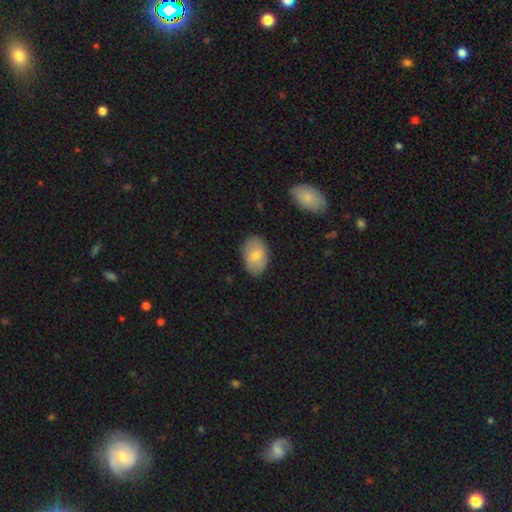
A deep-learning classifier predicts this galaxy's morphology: This is likely a smooth galaxy (75%). How rounded: clearly in between (87%). Merging: clearly none (82%).